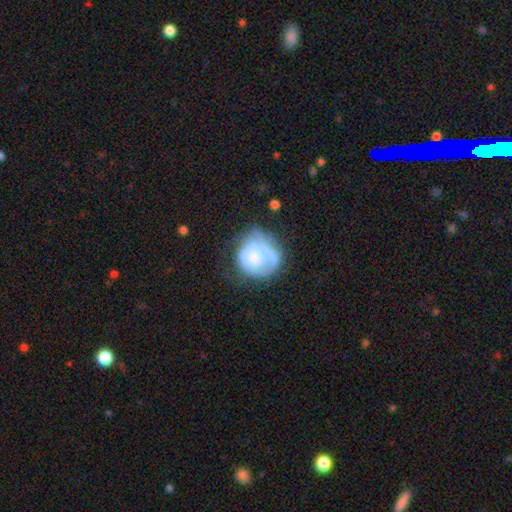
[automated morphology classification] A featured or disk galaxy (50%). Merging: none (40%).